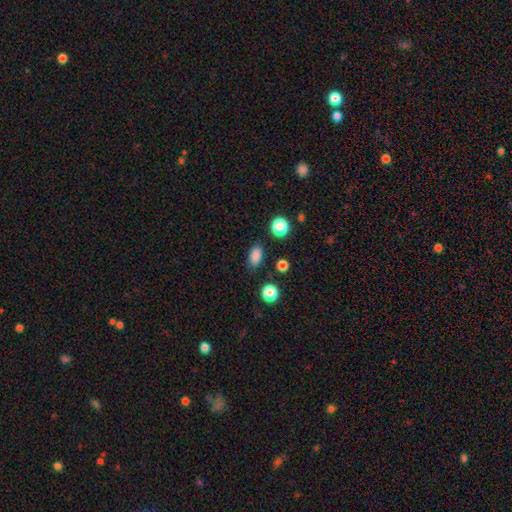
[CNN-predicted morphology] type=smooth (85%); roundness=in between (84%); merging=none (85%).